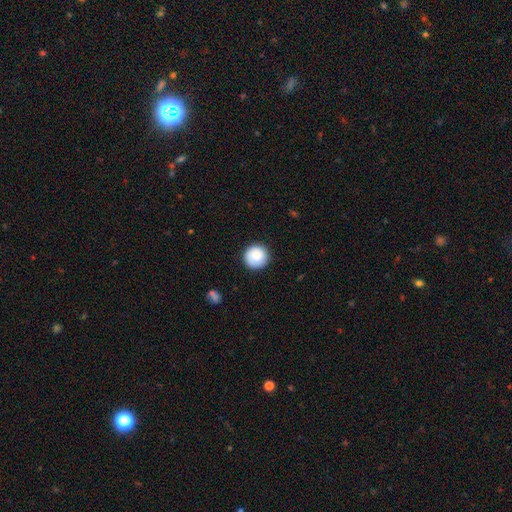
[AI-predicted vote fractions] Smooth or featured? smooth (88%)
How rounded? round (96%)
Merging? none (90%)